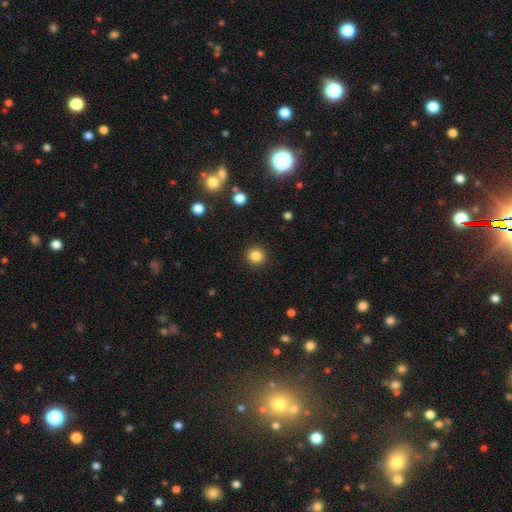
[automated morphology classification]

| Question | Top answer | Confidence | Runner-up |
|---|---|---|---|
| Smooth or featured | smooth | 85% | star or artifact (11%) |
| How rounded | round | 93% | in between (7%) |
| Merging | none | 92% | minor disturbance (5%) |